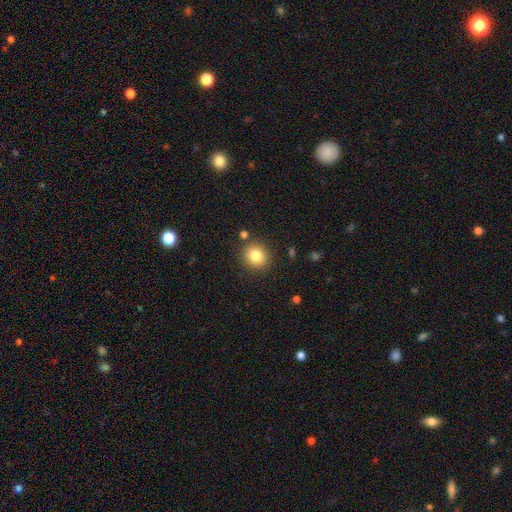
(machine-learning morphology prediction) smooth 82%, star or artifact 11%, featured or disk 8%. Down the decision tree: how rounded — round (85%); merging — none (87%).